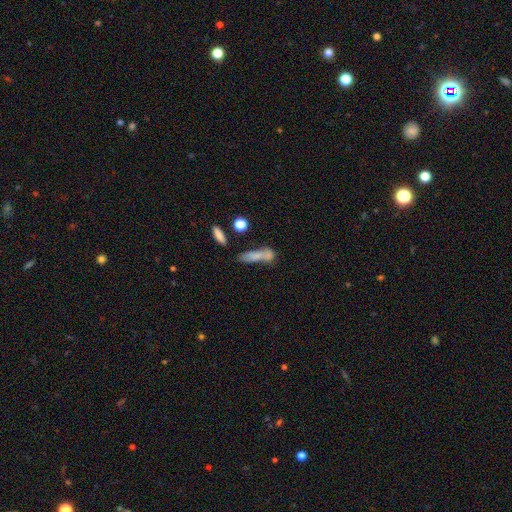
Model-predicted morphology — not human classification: This appears to be a smooth galaxy with no disk features (69%) that is cigar-shaped (67%). Merging: none (41%).